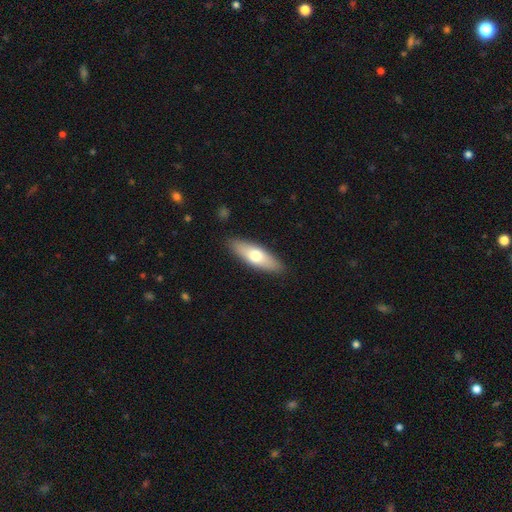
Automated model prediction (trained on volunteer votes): smooth 65%, featured or disk 30%, star or artifact 5%. Down the decision tree: how rounded — in between (55%); merging — none (89%).